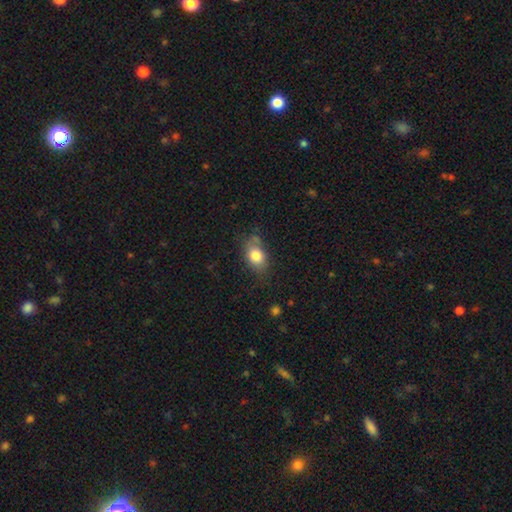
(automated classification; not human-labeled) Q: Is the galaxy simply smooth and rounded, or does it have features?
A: smooth — 81%.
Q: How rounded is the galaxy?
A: in between — 78%.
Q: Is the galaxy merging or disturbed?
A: none — 67%.